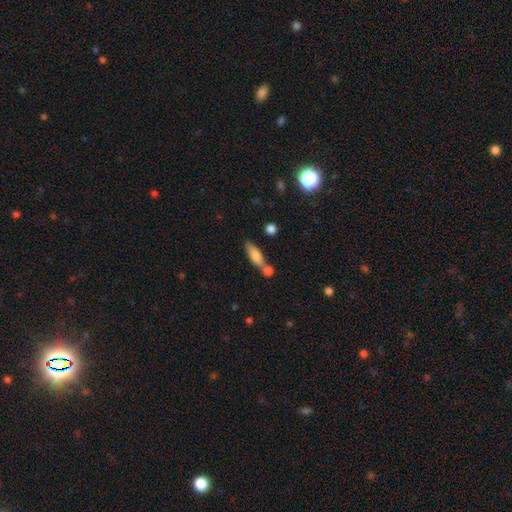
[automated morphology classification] Smooth or featured? smooth (76%)
How rounded? in between (50%)
Merging? none (53%)